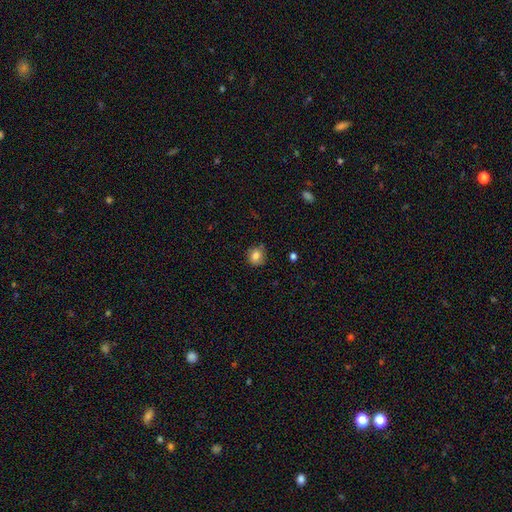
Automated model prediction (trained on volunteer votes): Smooth or featured: smooth — 82% (star or artifact — 10%)
How rounded: round — 81% (in between — 18%)
Merging: none — 76% (minor disturbance — 18%)